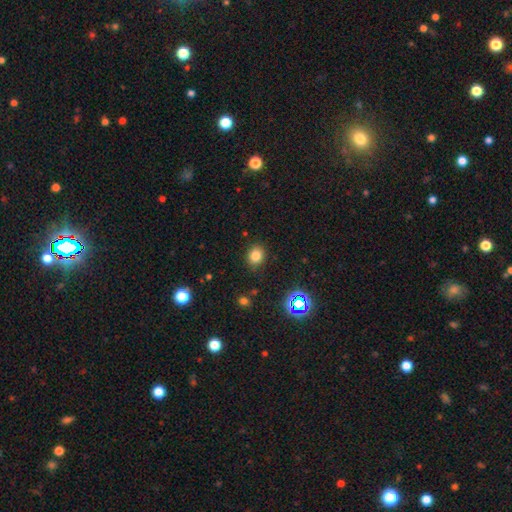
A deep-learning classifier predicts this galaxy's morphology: type=smooth (78%); roundness=round (67%); merging=none (87%).